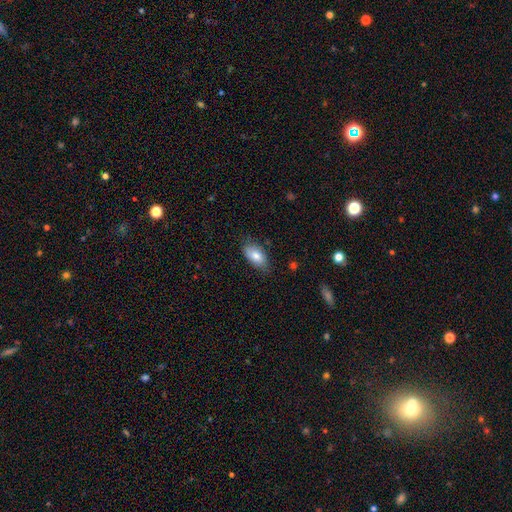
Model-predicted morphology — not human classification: Overall: smooth (80%). How rounded: in between (93%). Merging: none (76%).